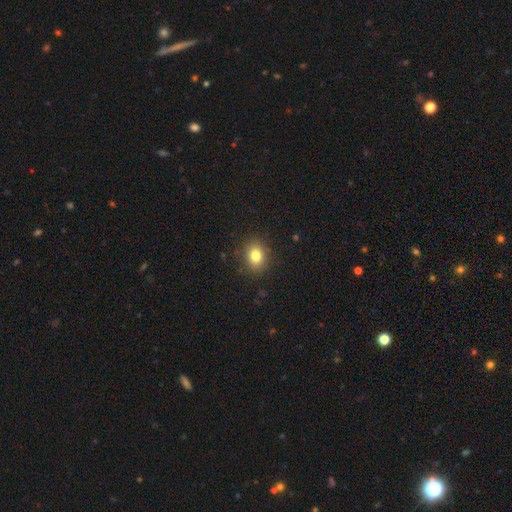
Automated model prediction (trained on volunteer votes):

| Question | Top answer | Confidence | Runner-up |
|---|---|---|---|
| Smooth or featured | smooth | 81% | star or artifact (11%) |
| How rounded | round | 53% | in between (46%) |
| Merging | none | 88% | minor disturbance (9%) |